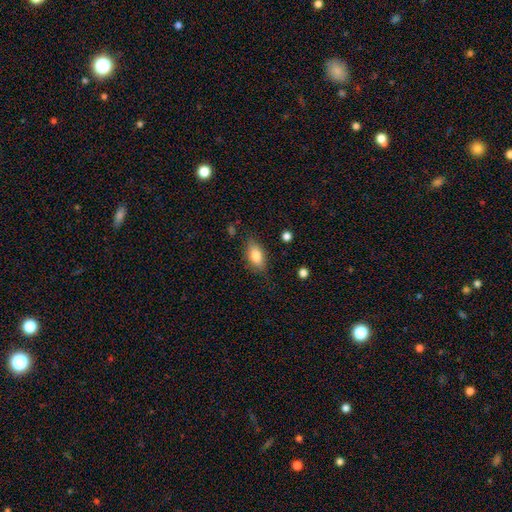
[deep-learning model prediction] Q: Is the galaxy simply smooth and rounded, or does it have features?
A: smooth — 82%.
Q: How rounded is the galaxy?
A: in between — 88%.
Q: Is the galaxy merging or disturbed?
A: none — 77%.